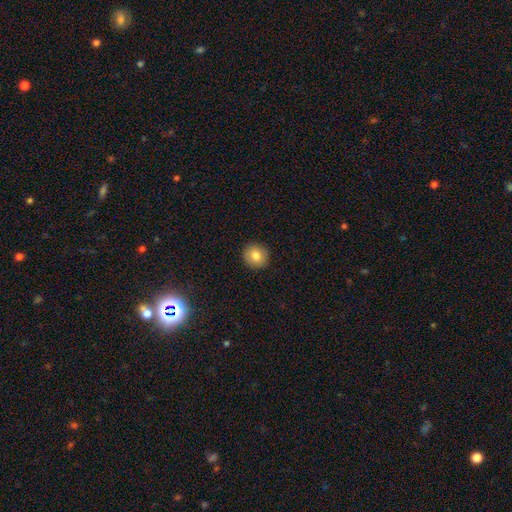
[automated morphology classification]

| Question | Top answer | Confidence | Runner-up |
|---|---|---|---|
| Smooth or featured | smooth | 81% | featured or disk (10%) |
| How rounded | round | 90% | in between (9%) |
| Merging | none | 92% | minor disturbance (6%) |